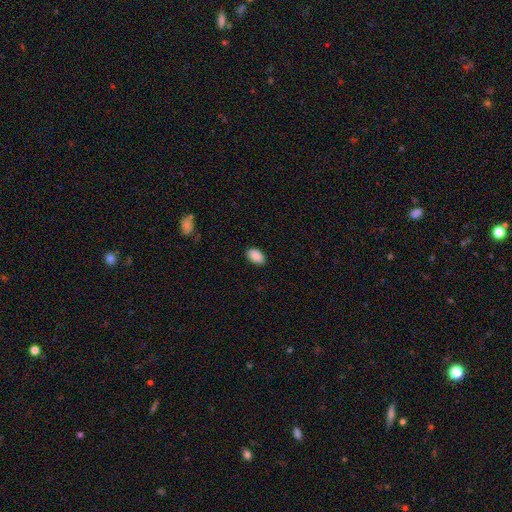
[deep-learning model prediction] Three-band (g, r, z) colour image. It shows a smooth galaxy with no disk features (89%) that is in between round and cigar-shaped (92%). Merging: none (87%).